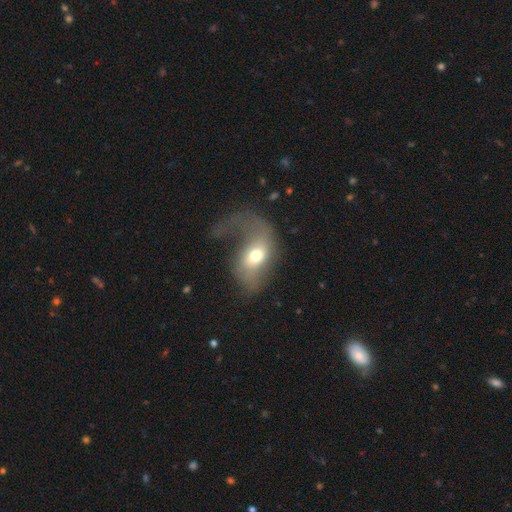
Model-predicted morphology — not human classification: smooth_or_featured: smooth (p=0.50) [alt: featured or disk p=0.42]
merging: major disturbance (p=0.59) [alt: none p=0.20]